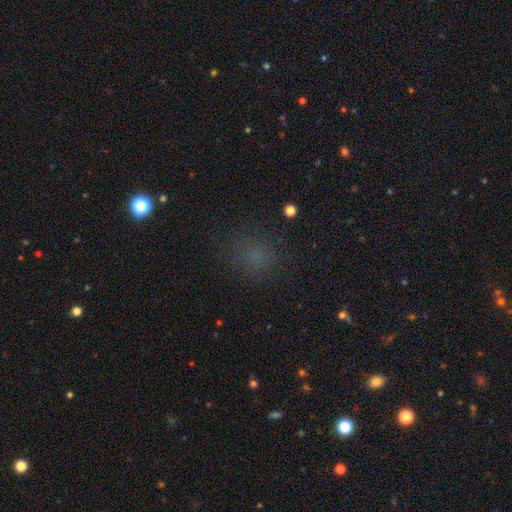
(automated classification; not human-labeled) The model was most divided on "how rounded": round: 69%, in between: 30%, cigar-shaped: 2%. More confident: merging — none (79%); smooth or featured — smooth (66%).